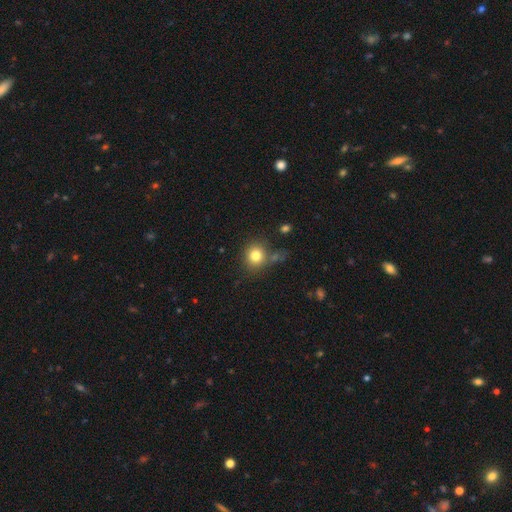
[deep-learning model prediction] This appears to be a smooth galaxy with no disk features (80%) that is round (84%). Merging: none (70%).